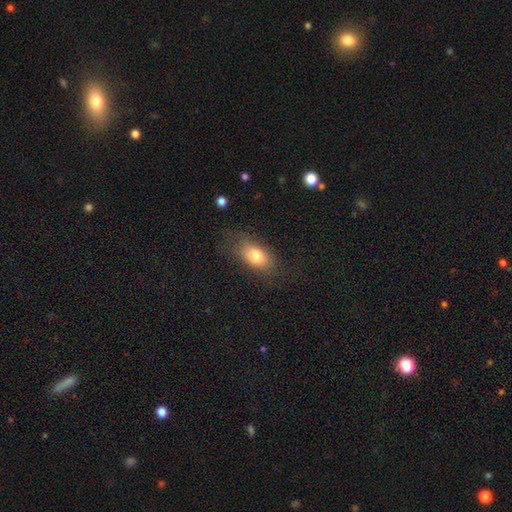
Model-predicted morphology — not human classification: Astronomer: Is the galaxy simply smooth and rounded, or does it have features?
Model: smooth — 79%.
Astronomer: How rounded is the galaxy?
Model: in between — 87%.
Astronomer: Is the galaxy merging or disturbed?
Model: none — 72%.